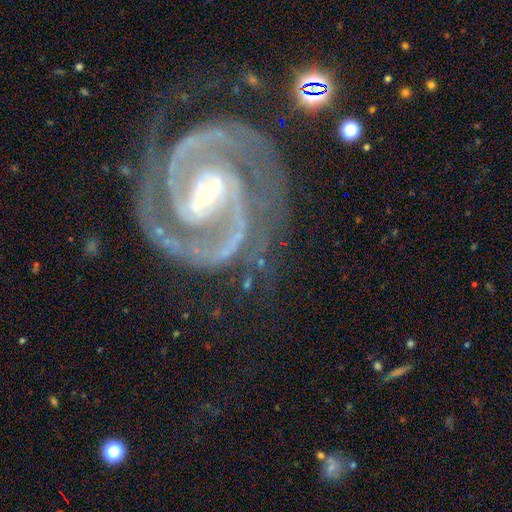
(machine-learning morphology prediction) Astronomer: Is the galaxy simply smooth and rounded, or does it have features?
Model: featured or disk — 93%.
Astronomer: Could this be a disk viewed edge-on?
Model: no — 98%.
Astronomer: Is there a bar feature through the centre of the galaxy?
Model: strong — 39% (runner-up: weak, 36%).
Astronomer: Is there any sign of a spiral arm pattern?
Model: yes — 99%.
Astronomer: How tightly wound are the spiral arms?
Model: tight — 60% (runner-up: medium, 36%).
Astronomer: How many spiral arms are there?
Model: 2 — 86%.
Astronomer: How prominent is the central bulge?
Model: small — 64%.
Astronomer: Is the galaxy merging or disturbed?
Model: none — 73%.